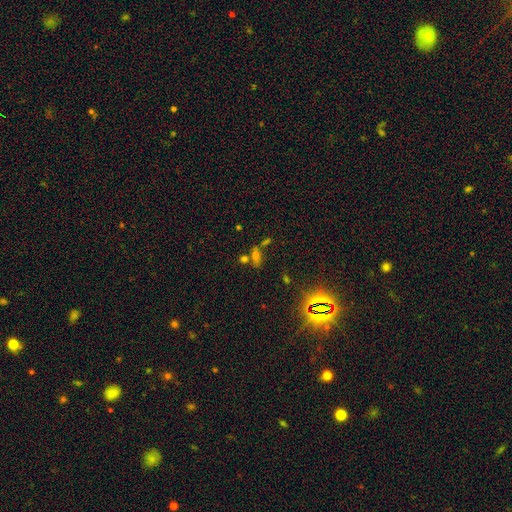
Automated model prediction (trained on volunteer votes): Morphology: type=smooth (50%); roundness=in between (67%); merging=none (52%).